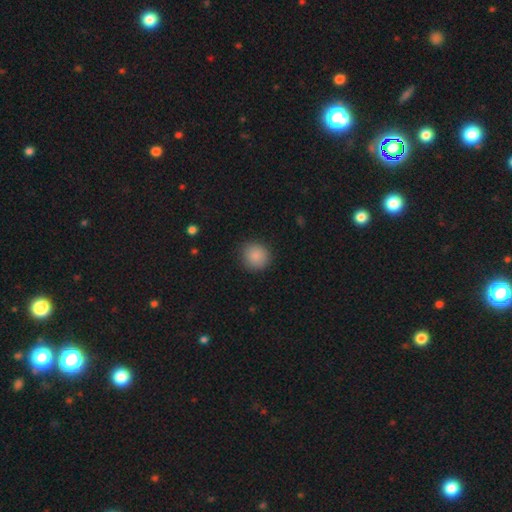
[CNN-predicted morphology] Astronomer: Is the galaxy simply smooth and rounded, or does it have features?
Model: smooth — 87%.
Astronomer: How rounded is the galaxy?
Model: round — 91%.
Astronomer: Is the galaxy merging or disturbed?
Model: none — 89%.